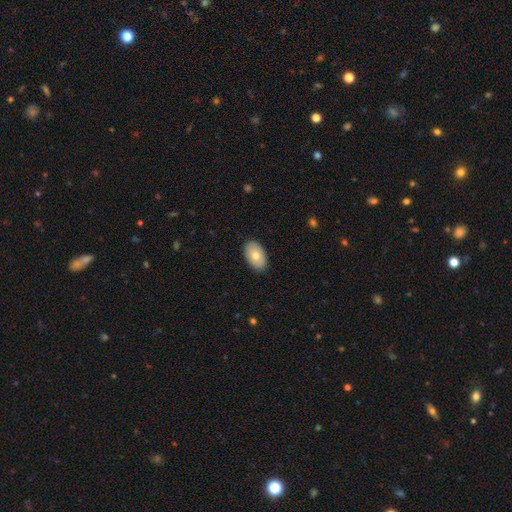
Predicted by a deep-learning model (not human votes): A smooth galaxy with no disk features (75%) that is in between round and cigar-shaped (93%).

Vote fractions:
- Smooth or featured? smooth: 75% / featured or disk: 18% / star or artifact: 6%
- How rounded? in between: 93% / round: 6% / cigar-shaped: 1%
- Merging? none: 89% / minor disturbance: 8% / major disturbance: 2% / merger: 1%